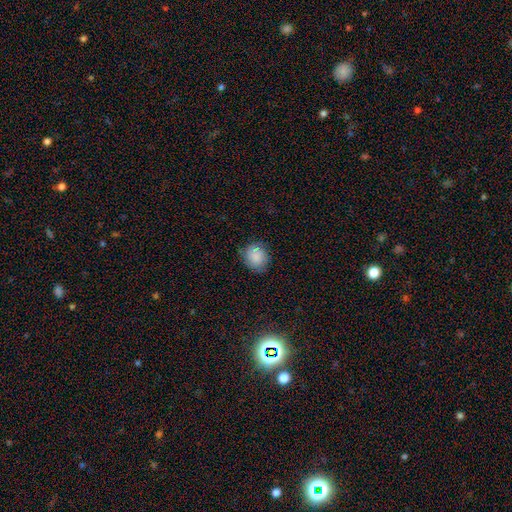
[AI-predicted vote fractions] Smooth or featured: smooth — 80% (featured or disk — 11%)
How rounded: round — 72% (in between — 27%)
Merging: none — 76% (minor disturbance — 18%)